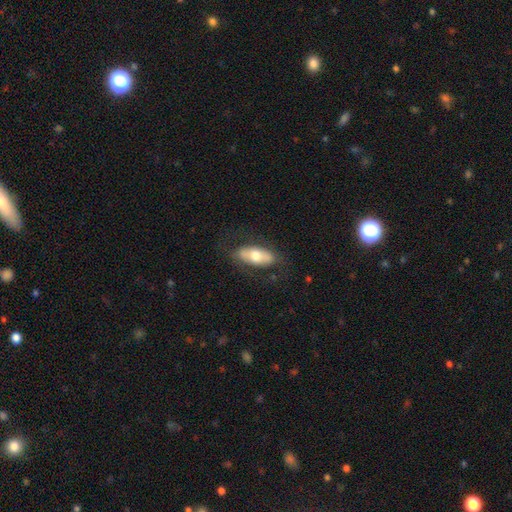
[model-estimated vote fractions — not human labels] The model was most divided on "smooth or featured": smooth: 59%, featured or disk: 35%, star or artifact: 6%. More confident: how rounded — in between (85%); merging — none (76%).